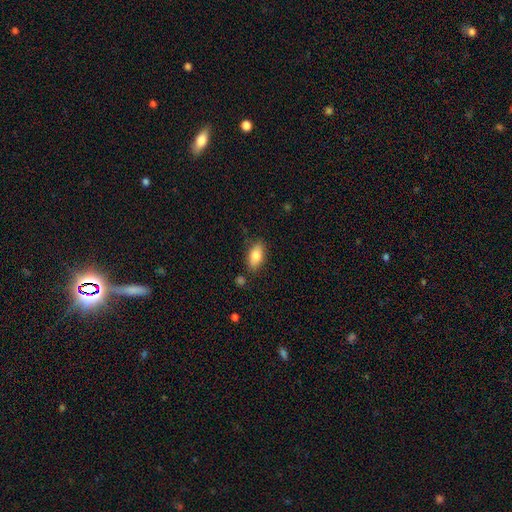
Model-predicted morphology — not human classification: Overall: smooth (81%). How rounded: in between (89%). Merging: none (81%).